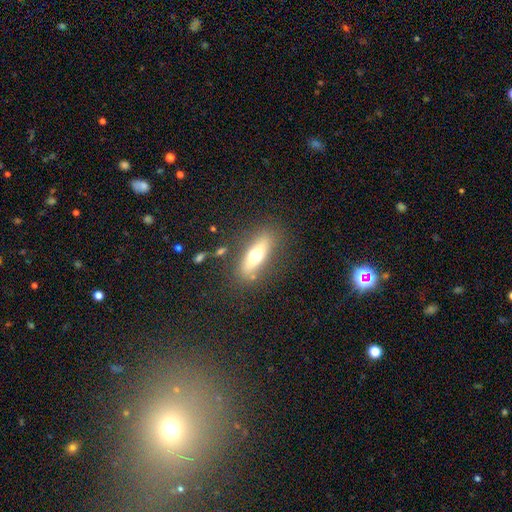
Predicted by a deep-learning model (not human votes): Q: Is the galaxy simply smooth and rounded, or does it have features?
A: smooth — 54%.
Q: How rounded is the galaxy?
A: cigar-shaped — 49%.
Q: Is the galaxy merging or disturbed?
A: none — 81%.